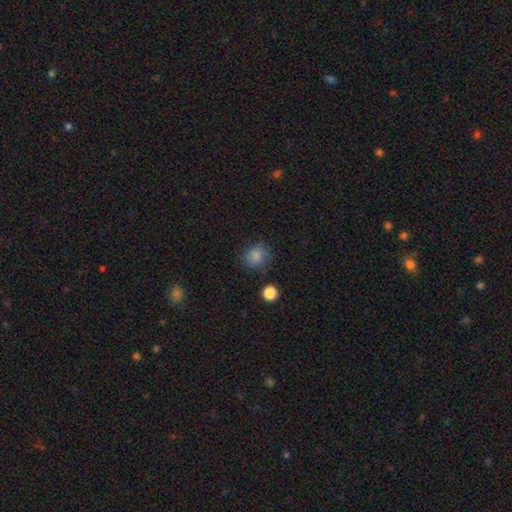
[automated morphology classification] This appears to be a smooth galaxy with no disk features (84%) that is round (80%). Merging: none (78%).